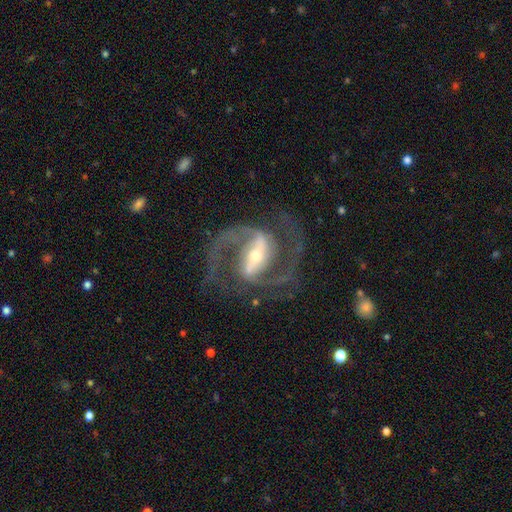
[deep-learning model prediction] The model was most divided on "bulge size": moderate: 49%, small: 44%, large: 5%, dominant: 1%, none: 1%. More confident: spiral arms — yes (98%); edge-on disk — no (97%); smooth or featured — featured or disk (92%); spiral arm count — 2 (91%); merging — none (77%); spiral winding — medium (66%); bar — strong (64%).